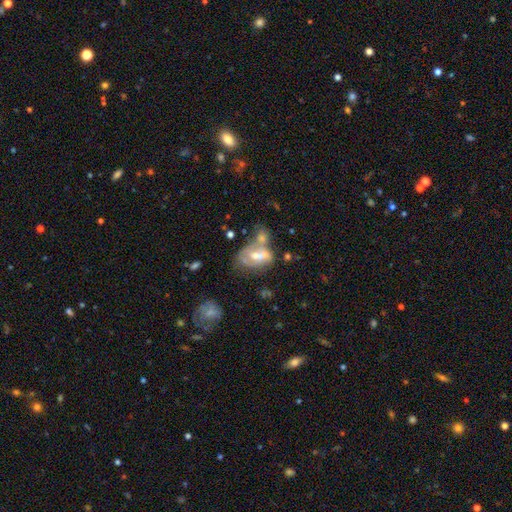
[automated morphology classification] smooth_or_featured: featured or disk (p=0.49) [alt: smooth p=0.43]
merging: merger (p=0.54) [alt: none p=0.20]